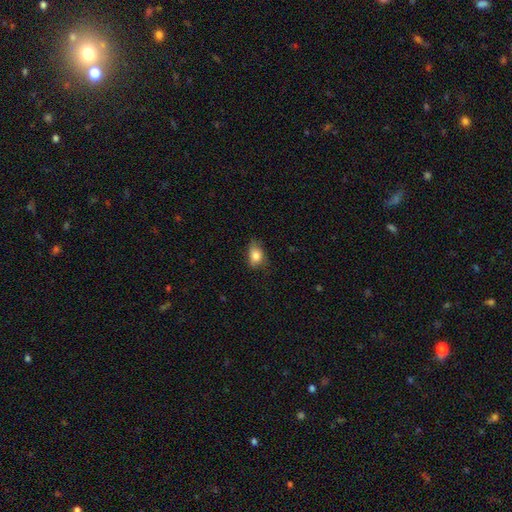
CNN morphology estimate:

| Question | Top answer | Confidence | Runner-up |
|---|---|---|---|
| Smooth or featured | smooth | 81% | featured or disk (10%) |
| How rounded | in between | 76% | round (21%) |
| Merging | none | 58% | minor disturbance (32%) |